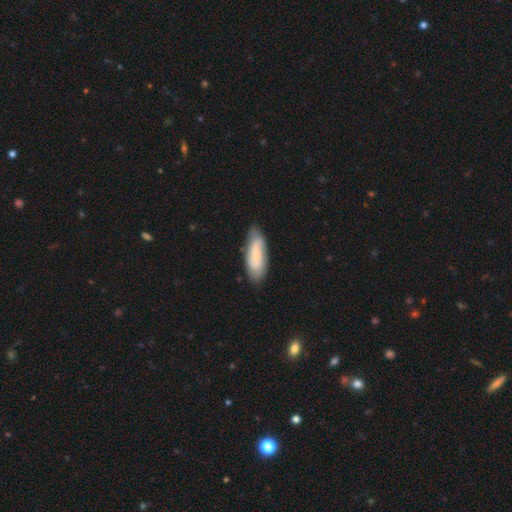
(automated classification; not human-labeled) The model was most divided on "smooth or featured": smooth: 52%, featured or disk: 42%, star or artifact: 6%. More confident: merging — none (76%); how rounded — in between (67%).